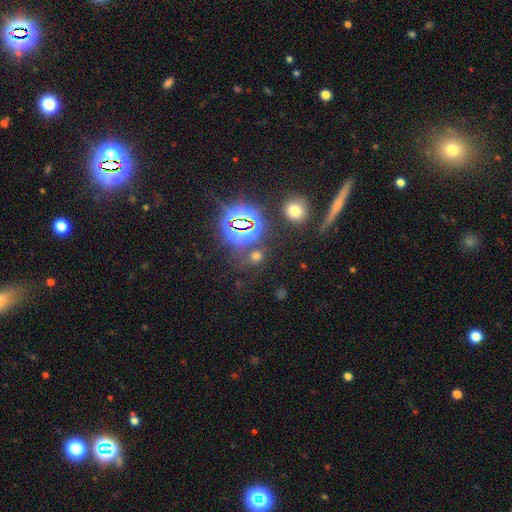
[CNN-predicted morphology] Overall: star or artifact (52%; smooth 40%).